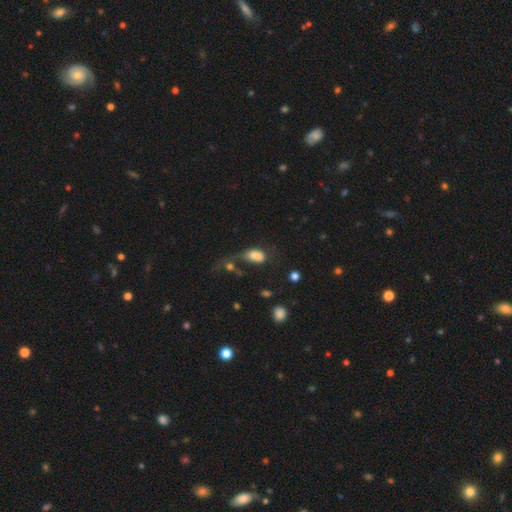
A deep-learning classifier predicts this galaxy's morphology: smooth-or-featured: smooth: 76% | featured or disk: 14% | star or artifact: 10%
  how-rounded: in between: 87% | round: 10% | cigar-shaped: 3%
  merging: major disturbance: 38% | none: 24% | minor disturbance: 21% | merger: 17%